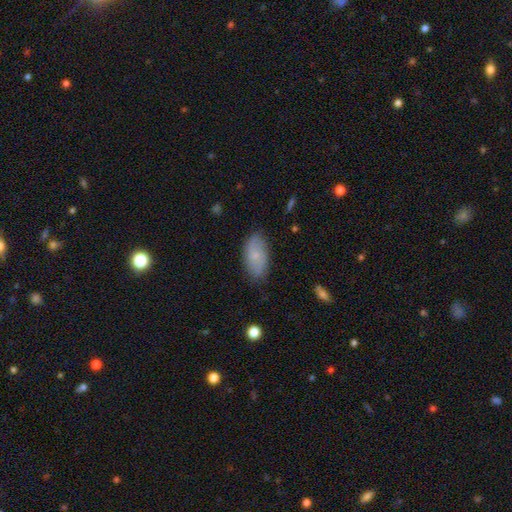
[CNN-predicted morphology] smooth_or_featured: smooth (p=0.64) [alt: featured or disk p=0.29]
how_rounded: in between (p=0.92) [alt: cigar-shaped p=0.05]
merging: none (p=0.79) [alt: minor disturbance p=0.17]